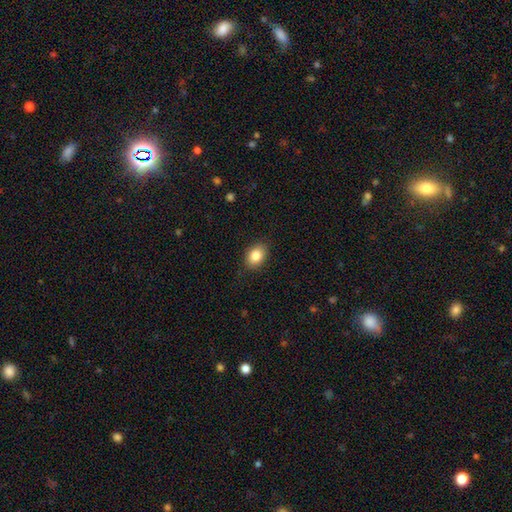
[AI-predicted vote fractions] Morphology: type=smooth (85%); roundness=in between (75%); merging=none (87%).